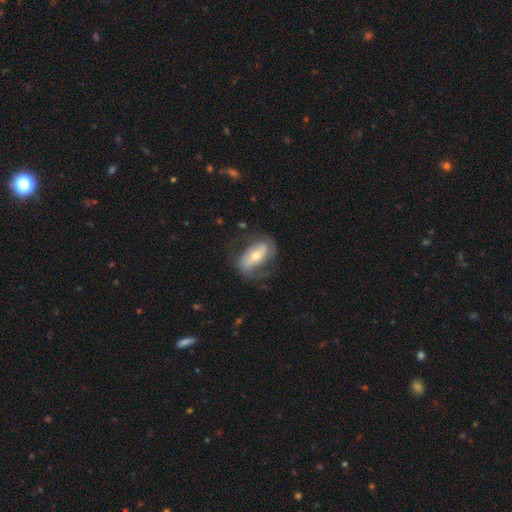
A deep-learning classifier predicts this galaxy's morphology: A featured or disk galaxy (67%) with a strong bar (46%), spiral arms (74%) and a moderate central bulge (49%).

Vote fractions:
- Smooth or featured? featured or disk: 67% / smooth: 26% / star or artifact: 7%
- Edge-on disk? no: 90% / yes: 10%
- Bar? strong: 46% / no: 30% / weak: 25%
- Spiral arms? yes: 74% / no: 26%
- Bulge size? moderate: 49% / small: 45% / large: 4% / dominant: 1% / none: 1%
- Merging? none: 61% / minor disturbance: 20% / major disturbance: 17% / merger: 2%